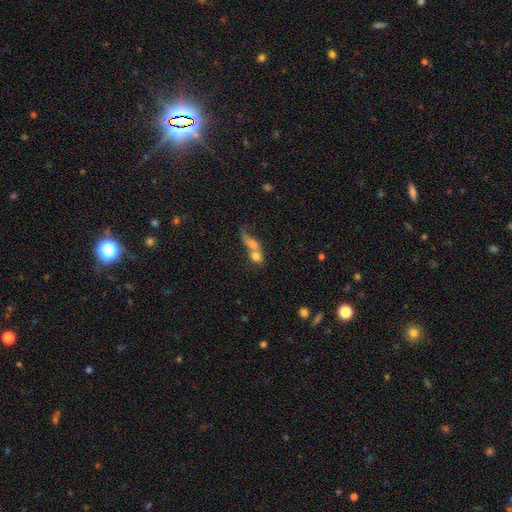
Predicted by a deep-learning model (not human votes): This is likely a smooth galaxy (69%). How rounded: possibly round (46%). Merging: likely merger (69%).